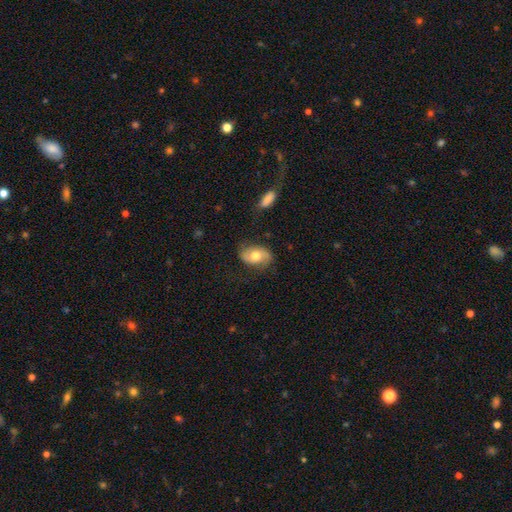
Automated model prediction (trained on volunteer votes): Smooth or featured: featured or disk — 55% (smooth — 38%)
Edge-on disk: no — 96% (yes — 4%)
Bar: no — 69% (weak — 25%)
Spiral arms: yes — 83% (no — 17%)
Bulge size: moderate — 74% (large — 14%)
Merging: none — 73% (minor disturbance — 18%)